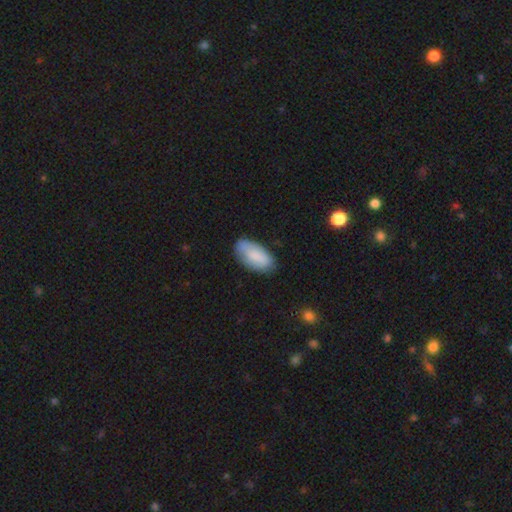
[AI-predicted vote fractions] A smooth galaxy with no disk features (82%) that is in between round and cigar-shaped (93%). Merging: none (75%).